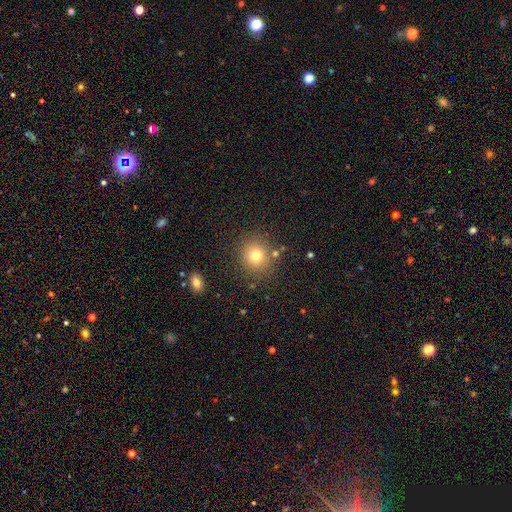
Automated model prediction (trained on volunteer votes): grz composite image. It shows a smooth galaxy with no disk features (76%) that is round (89%). Merging: none (83%).